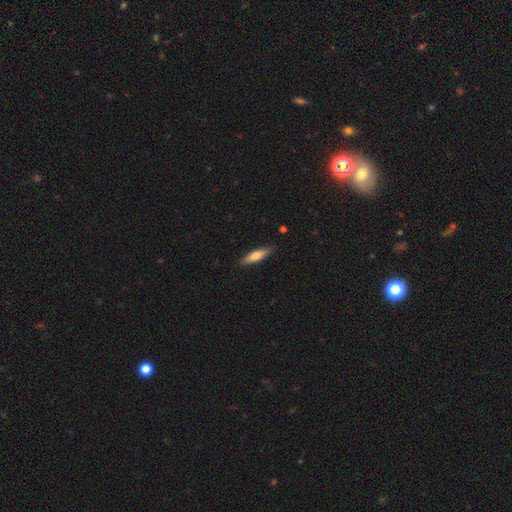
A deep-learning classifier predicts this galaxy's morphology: This is likely a smooth galaxy (69%). How rounded: likely cigar-shaped (69%). Merging: clearly none (87%).